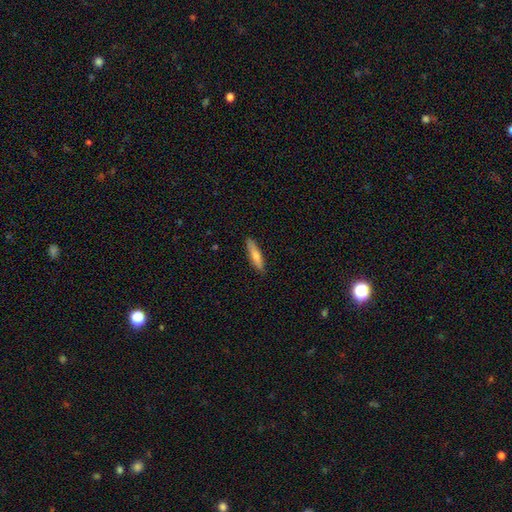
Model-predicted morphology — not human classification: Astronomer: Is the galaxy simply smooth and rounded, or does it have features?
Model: smooth — 66%.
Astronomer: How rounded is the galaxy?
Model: cigar-shaped — 82%.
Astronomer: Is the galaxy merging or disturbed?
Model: none — 88%.